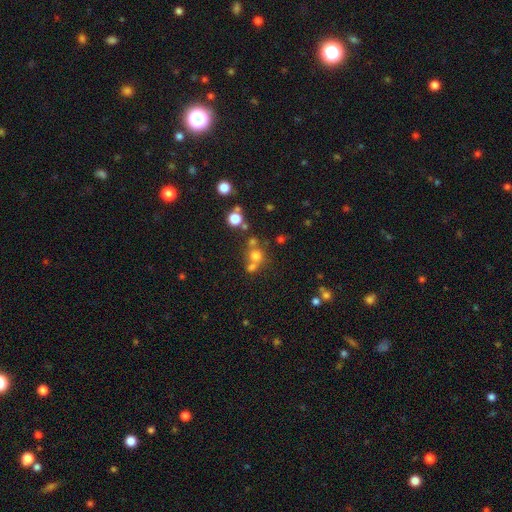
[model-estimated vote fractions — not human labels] Q: Smooth or featured?
A: smooth (64%); runner-up: star or artifact (21%)
Q: How rounded?
A: round (85%); runner-up: in between (14%)
Q: Merging?
A: none (48%); runner-up: merger (40%)